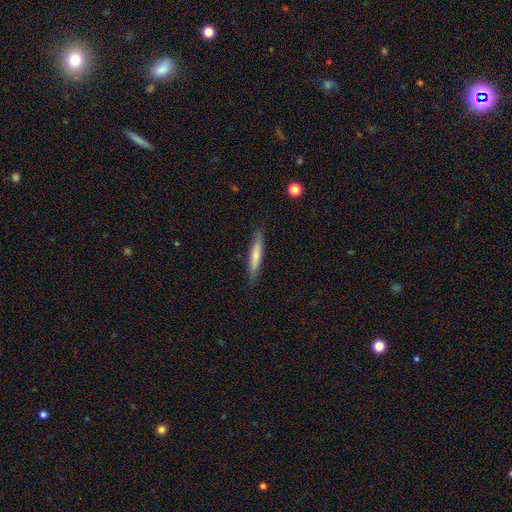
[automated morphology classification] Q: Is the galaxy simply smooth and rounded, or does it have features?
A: smooth — 70%.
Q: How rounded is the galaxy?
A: cigar-shaped — 92%.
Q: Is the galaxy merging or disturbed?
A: none — 87%.